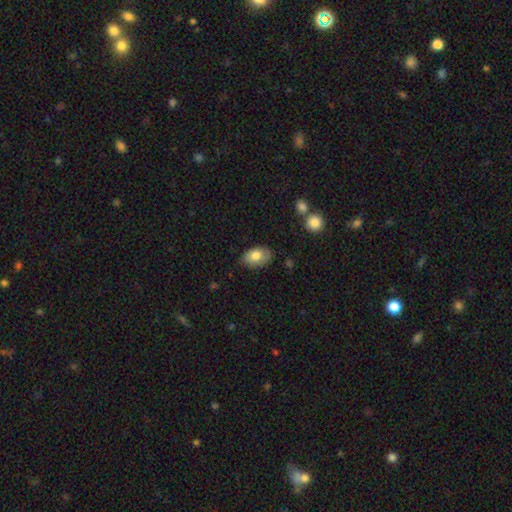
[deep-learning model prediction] Smooth or featured: smooth — 78% (featured or disk — 15%)
How rounded: in between — 89% (round — 10%)
Merging: none — 76% (minor disturbance — 19%)